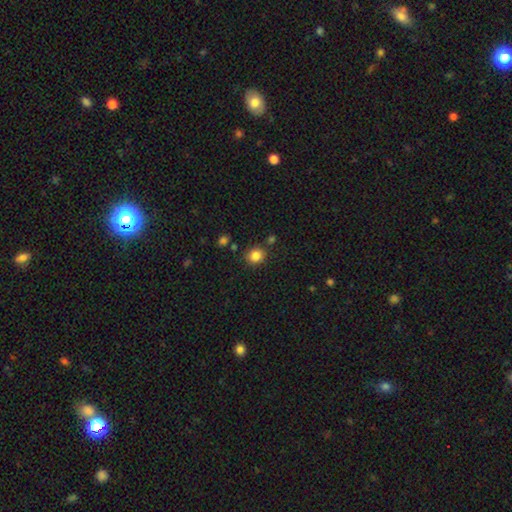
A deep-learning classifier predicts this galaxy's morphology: The model was most divided on "how rounded": round: 78%, in between: 21%, cigar-shaped: 1%. More confident: smooth or featured — smooth (84%); merging — none (81%).